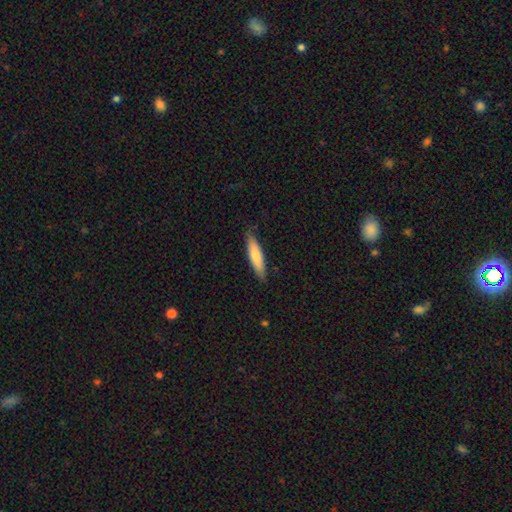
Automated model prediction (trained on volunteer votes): smooth 74%, featured or disk 21%, star or artifact 5%. Down the decision tree: how rounded — cigar-shaped (77%); merging — none (84%).